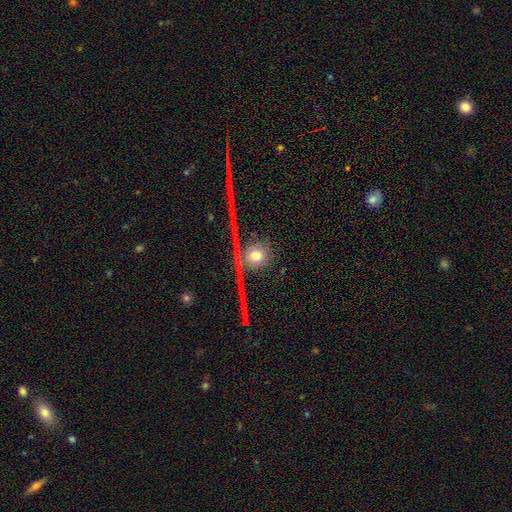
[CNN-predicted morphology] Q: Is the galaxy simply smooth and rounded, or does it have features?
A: smooth — 49%.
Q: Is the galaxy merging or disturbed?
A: none — 72%.